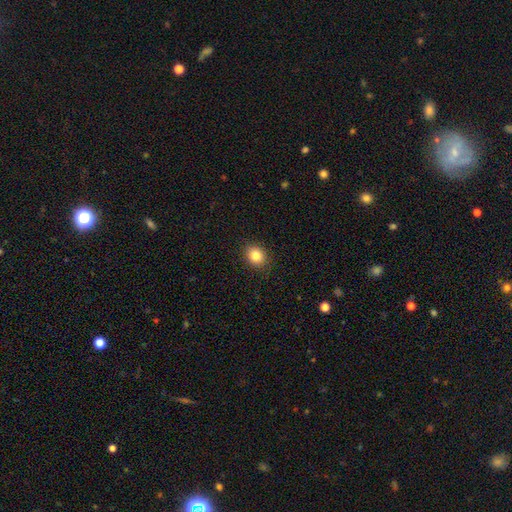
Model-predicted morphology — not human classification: This appears to be a smooth galaxy with no disk features (83%) that is round (62%). Merging: none (90%).